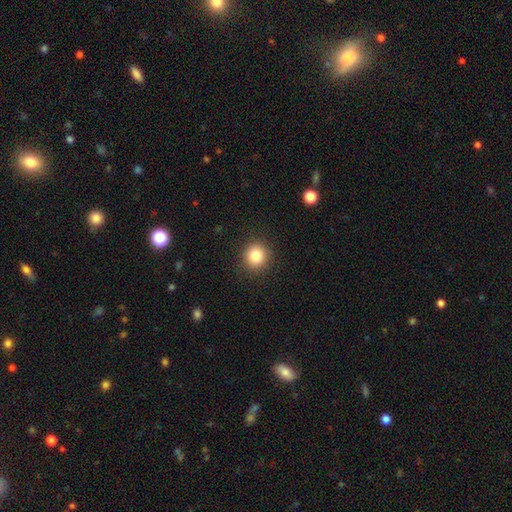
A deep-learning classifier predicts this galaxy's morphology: type=smooth (83%); roundness=round (90%); merging=none (90%).